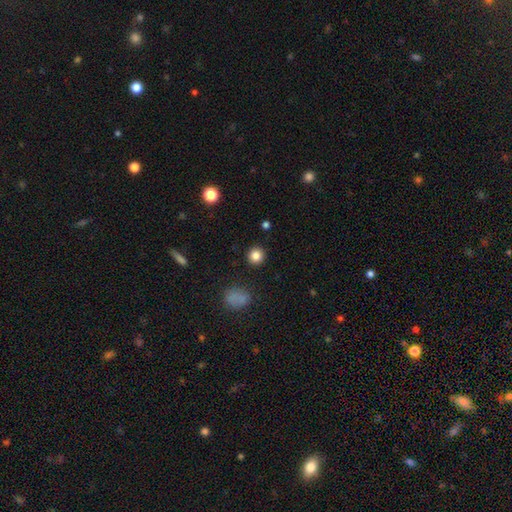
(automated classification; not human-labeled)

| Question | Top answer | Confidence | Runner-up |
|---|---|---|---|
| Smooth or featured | smooth | 84% | star or artifact (12%) |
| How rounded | round | 93% | in between (6%) |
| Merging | none | 91% | minor disturbance (5%) |